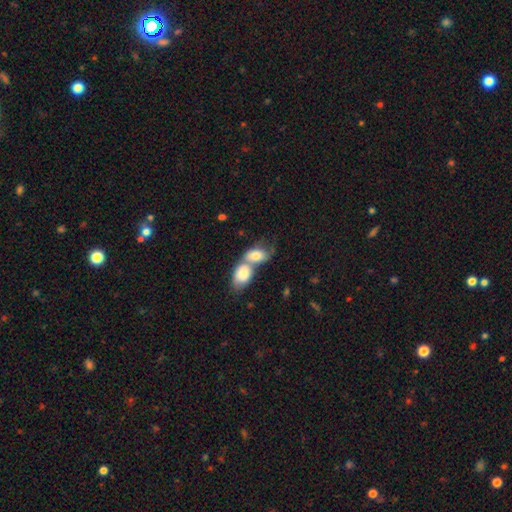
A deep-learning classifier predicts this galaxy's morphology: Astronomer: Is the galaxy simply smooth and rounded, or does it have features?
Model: smooth — 78%.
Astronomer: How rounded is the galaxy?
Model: in between — 87%.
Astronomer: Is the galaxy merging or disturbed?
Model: merger — 78%.